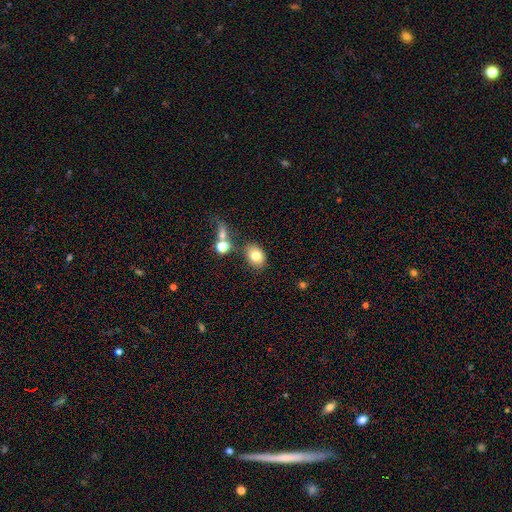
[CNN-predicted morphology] This appears to be a smooth galaxy with no disk features (78%) that is in between round and cigar-shaped (68%). Merging: none (71%).